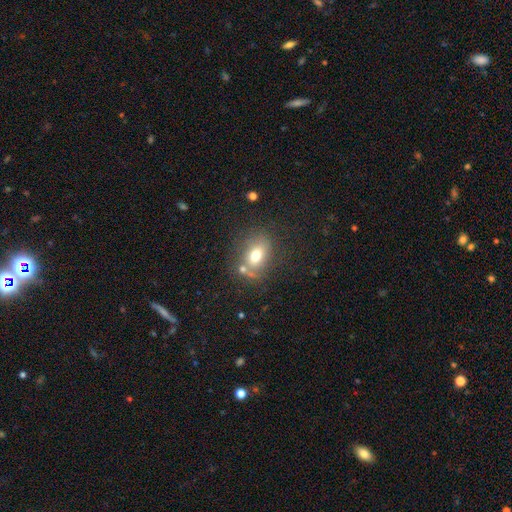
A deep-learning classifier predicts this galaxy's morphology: Smooth or featured? Predicted: smooth (p=0.68). How rounded? Predicted: in between (p=0.69). Merging? Predicted: none (p=0.57).